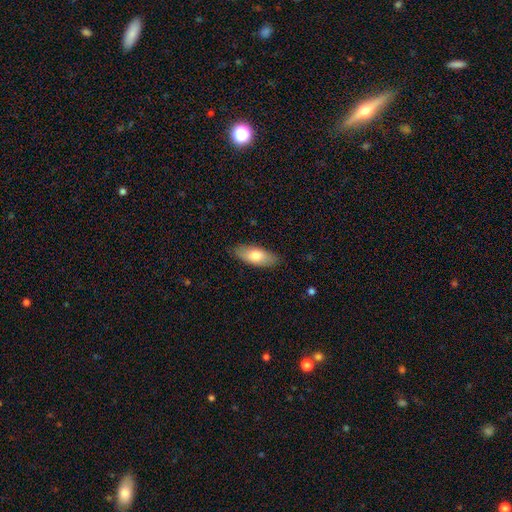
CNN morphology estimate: Smooth or featured: smooth — 75% (featured or disk — 19%)
How rounded: in between — 81% (cigar-shaped — 16%)
Merging: none — 86% (minor disturbance — 11%)